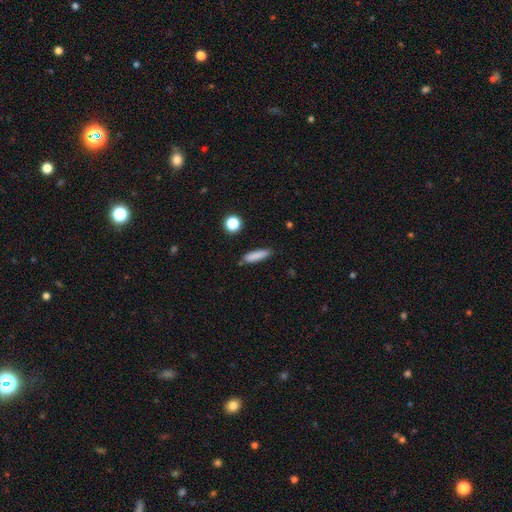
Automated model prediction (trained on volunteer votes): smooth-or-featured: smooth: 83% | star or artifact: 8% | featured or disk: 8%
  how-rounded: cigar-shaped: 76% | in between: 22% | round: 2%
  merging: none: 84% | minor disturbance: 11% | merger: 3% | major disturbance: 2%